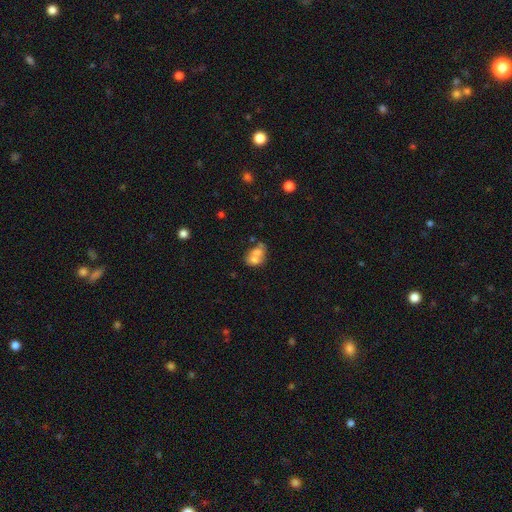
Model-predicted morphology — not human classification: Smooth or featured?
  - smooth: 60% *
  - featured or disk: 29%
  - star or artifact: 10%
How rounded?
  - in between: 56% *
  - round: 43%
  - cigar-shaped: 1%
Merging?
  - merger: 62% *
  - none: 24%
  - minor disturbance: 9%
  - major disturbance: 5%